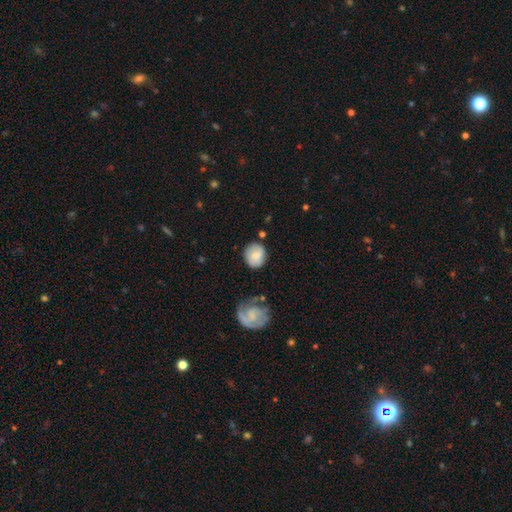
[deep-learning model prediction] This is likely a smooth galaxy (65%). How rounded: likely round (73%). Merging: likely none (72%).